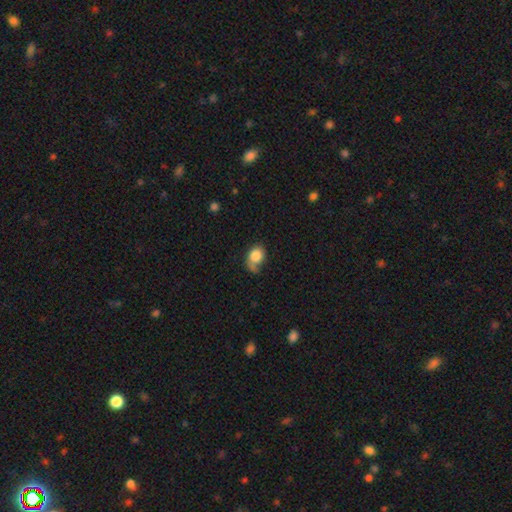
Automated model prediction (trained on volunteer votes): A smooth galaxy with no disk features (79%) that is round (51%).

Vote fractions:
- Smooth or featured? smooth: 79% / featured or disk: 13% / star or artifact: 8%
- How rounded? round: 51% / in between: 48% / cigar-shaped: 1%
- Merging? none: 39% / minor disturbance: 31% / major disturbance: 24% / merger: 7%